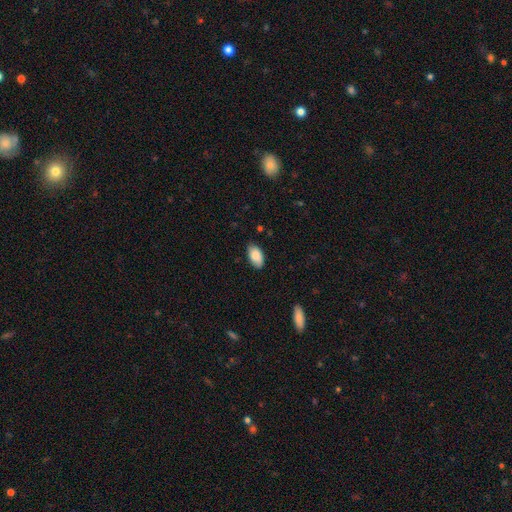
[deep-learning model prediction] smooth_or_featured: smooth (p=0.86) [alt: featured or disk p=0.07]
how_rounded: in between (p=0.95) [alt: round p=0.03]
merging: none (p=0.82) [alt: minor disturbance p=0.14]